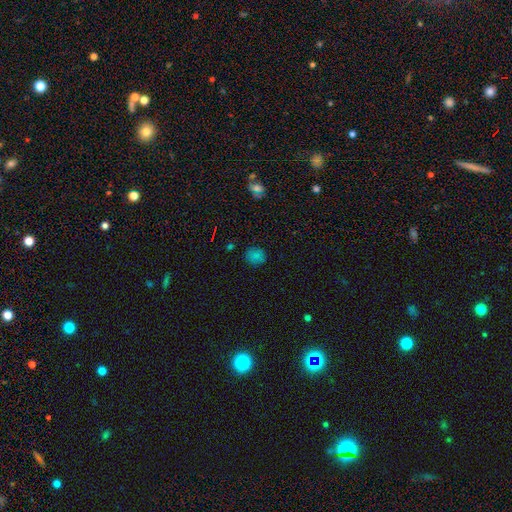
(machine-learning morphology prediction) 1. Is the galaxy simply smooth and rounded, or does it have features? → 65% smooth, 28% star or artifact, 7% featured or disk.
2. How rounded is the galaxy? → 81% round, 18% in between, 1% cigar-shaped.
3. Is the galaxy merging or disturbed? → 82% none, 12% minor disturbance, 4% major disturbance, 2% merger.